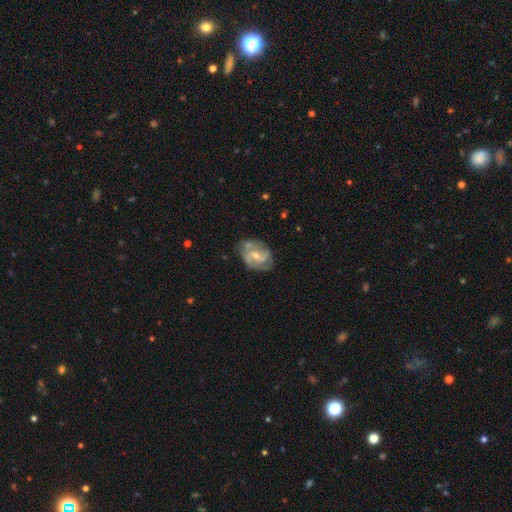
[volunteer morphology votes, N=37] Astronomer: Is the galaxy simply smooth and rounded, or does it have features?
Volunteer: featured or disk — 76%.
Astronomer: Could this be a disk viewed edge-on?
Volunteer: no — 100%.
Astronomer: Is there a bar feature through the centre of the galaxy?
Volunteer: weak — 57%.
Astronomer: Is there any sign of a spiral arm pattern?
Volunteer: yes — 86%.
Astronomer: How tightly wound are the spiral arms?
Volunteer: medium — 42% (runner-up: tight, 33%).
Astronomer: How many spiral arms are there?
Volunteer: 2 — 38% (runner-up: 3, 25%).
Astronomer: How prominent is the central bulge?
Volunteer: small — 61%.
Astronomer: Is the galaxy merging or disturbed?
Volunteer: none — 57%.